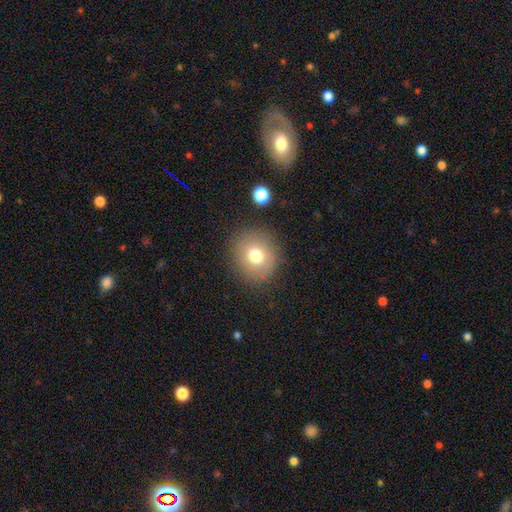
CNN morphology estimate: This appears to be a smooth galaxy with no disk features (73%) that is round (84%). Merging: none (84%).